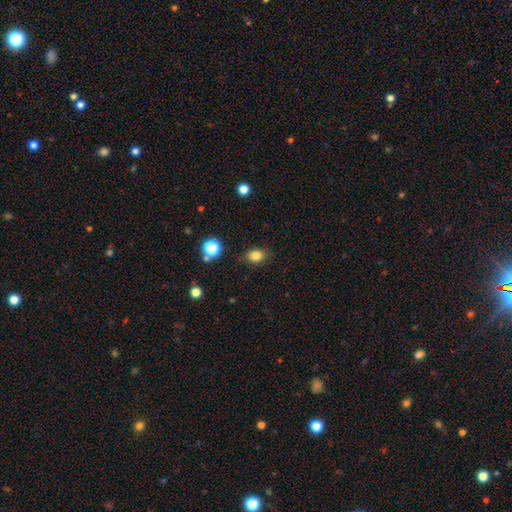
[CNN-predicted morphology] This appears to be a smooth galaxy with no disk features (82%) that is in between round and cigar-shaped (59%). Merging: none (85%).